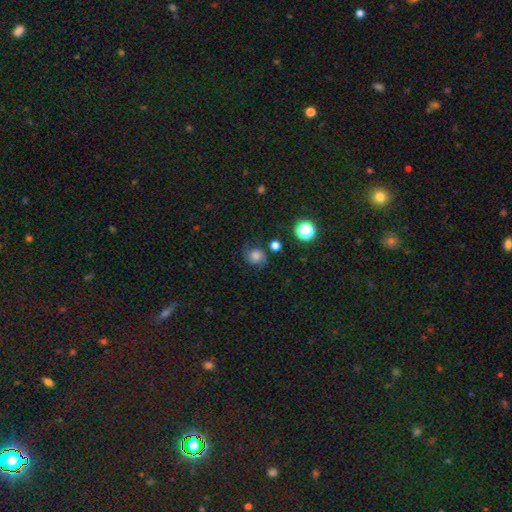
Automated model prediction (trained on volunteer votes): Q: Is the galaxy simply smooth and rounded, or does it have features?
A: smooth — 48%.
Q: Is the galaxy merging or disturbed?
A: none — 68%.